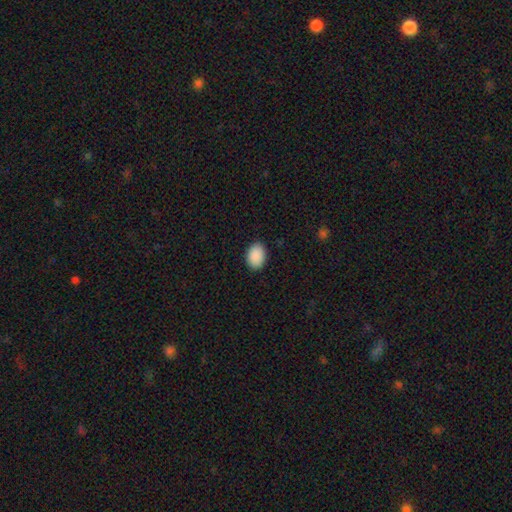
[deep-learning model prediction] Q: Smooth or featured?
A: smooth (91%); runner-up: star or artifact (7%)
Q: How rounded?
A: in between (81%); runner-up: round (18%)
Q: Merging?
A: none (89%); runner-up: minor disturbance (8%)